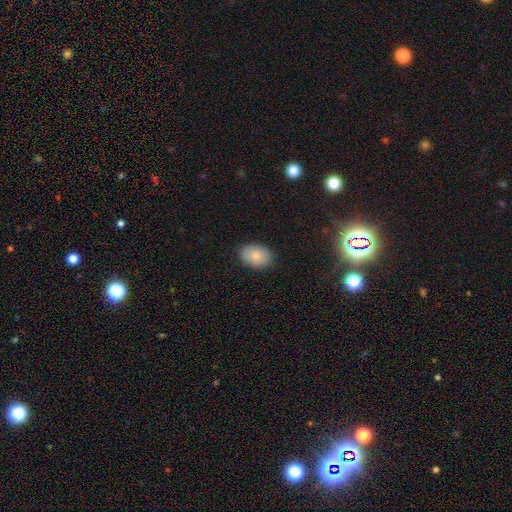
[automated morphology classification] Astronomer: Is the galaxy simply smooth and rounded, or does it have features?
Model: smooth — 80%.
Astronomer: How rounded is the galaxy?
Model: in between — 78%.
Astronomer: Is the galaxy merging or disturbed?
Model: none — 87%.